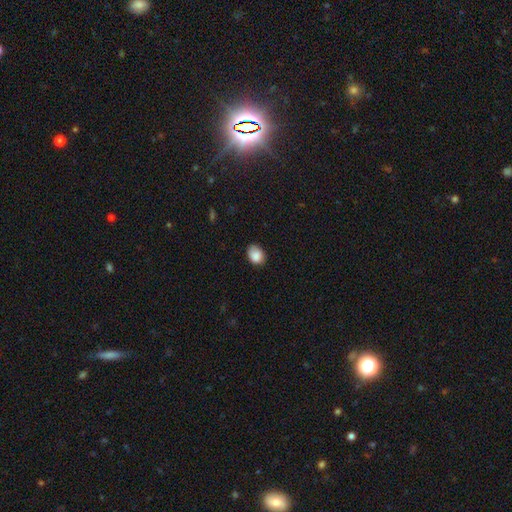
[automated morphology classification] type=smooth (87%); roundness=in between (64%); merging=none (75%).